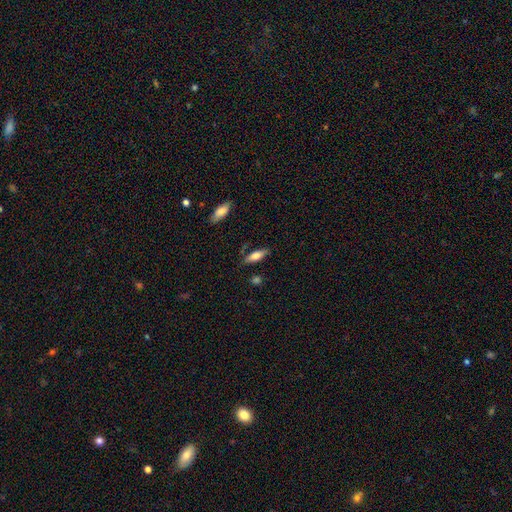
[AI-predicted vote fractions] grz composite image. It shows a smooth galaxy with no disk features (69%) that is in between round and cigar-shaped (63%). Merging: none (81%).